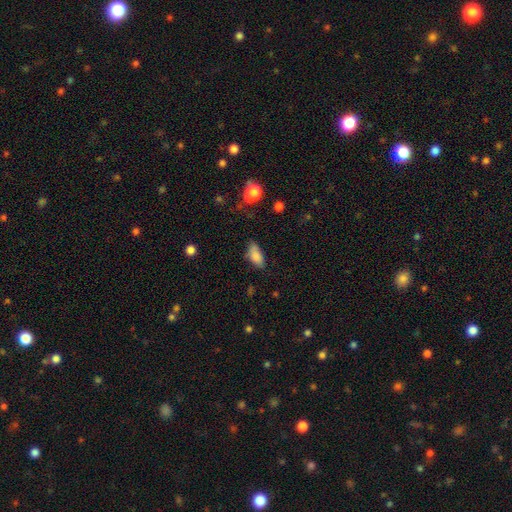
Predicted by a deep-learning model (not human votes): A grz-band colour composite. It shows a smooth galaxy with no disk features (83%) that is in between round and cigar-shaped (86%). Merging: none (62%).